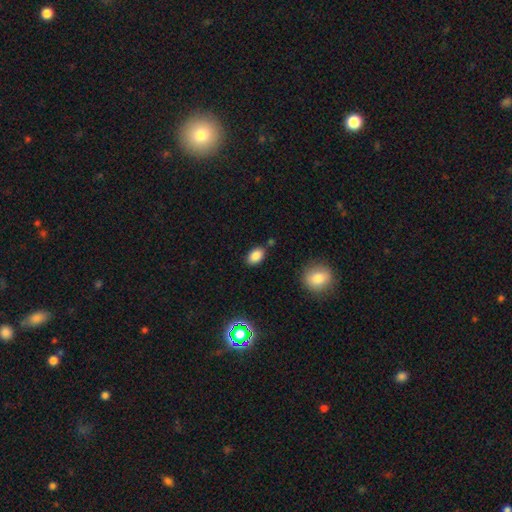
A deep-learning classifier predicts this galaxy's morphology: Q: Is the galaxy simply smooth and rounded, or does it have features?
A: smooth — 85%.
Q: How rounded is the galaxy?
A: in between — 86%.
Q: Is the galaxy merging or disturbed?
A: none — 81%.